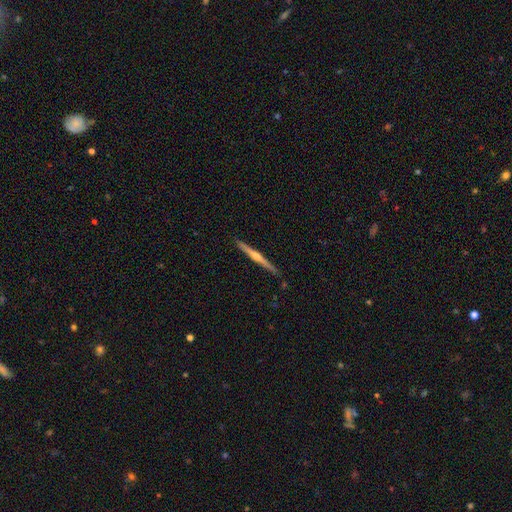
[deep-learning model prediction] Q: Smooth or featured?
A: featured or disk (75%); runner-up: smooth (19%)
Q: Edge-on disk?
A: yes (98%); runner-up: no (2%)
Q: Edge-on bulge?
A: rounded (81%); runner-up: none (13%)
Q: Merging?
A: none (91%); runner-up: minor disturbance (7%)